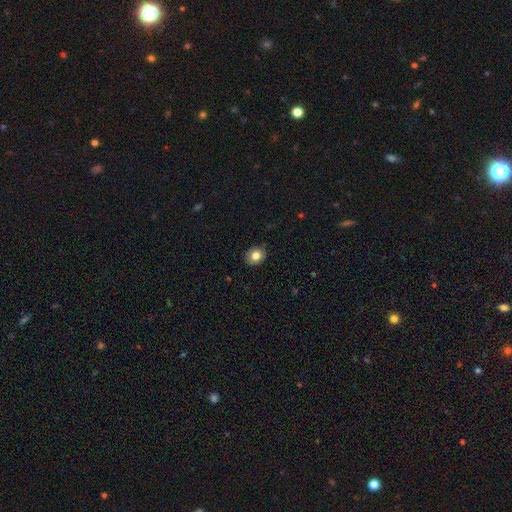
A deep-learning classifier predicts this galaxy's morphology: This appears to be a smooth galaxy with no disk features (81%) that is in between round and cigar-shaped (50%). Merging: none (87%).